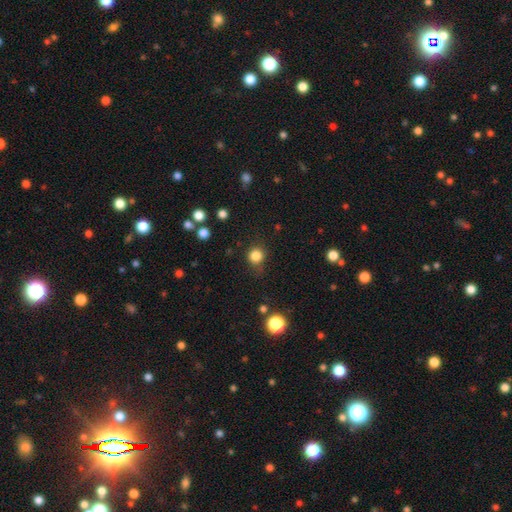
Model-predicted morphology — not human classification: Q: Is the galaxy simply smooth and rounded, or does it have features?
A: smooth — 83%.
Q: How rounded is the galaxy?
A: round — 91%.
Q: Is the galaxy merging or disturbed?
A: none — 81%.